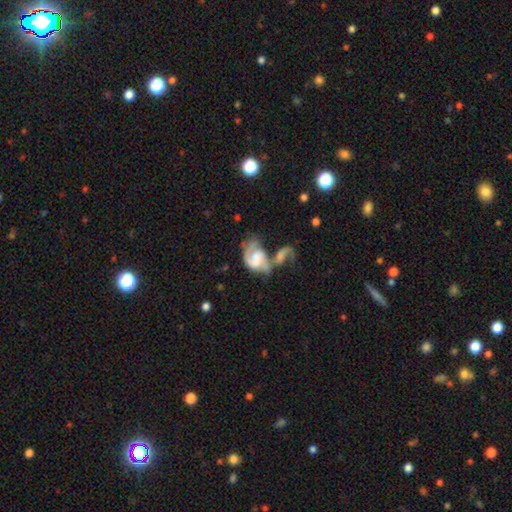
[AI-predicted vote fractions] smooth-or-featured: featured or disk: 71% | smooth: 22% | star or artifact: 7%
  disk-edge-on: no: 97% | yes: 3%
    bar: no: 48% | weak: 38% | strong: 14%
    has-spiral-arms: yes: 85% | no: 15%
      spiral-winding: medium: 44% | loose: 33% | tight: 23%
      spiral-arm-count: 2: 68% | 1: 18% | can't tell: 10% | 3: 2% | 4: 1% | more than 4: 1%
    bulge-size: none: 31% | moderate: 26% | small: 24% | large: 15% | dominant: 3%
  merging: merger: 62% | major disturbance: 16% | none: 13% | minor disturbance: 8%